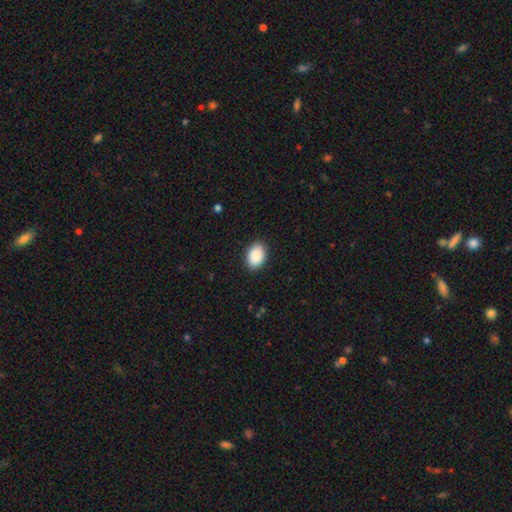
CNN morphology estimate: smooth-or-featured: smooth: 91% | star or artifact: 7% | featured or disk: 3%
  how-rounded: in between: 85% | round: 14% | cigar-shaped: 1%
  merging: none: 89% | minor disturbance: 8% | major disturbance: 2% | merger: 1%